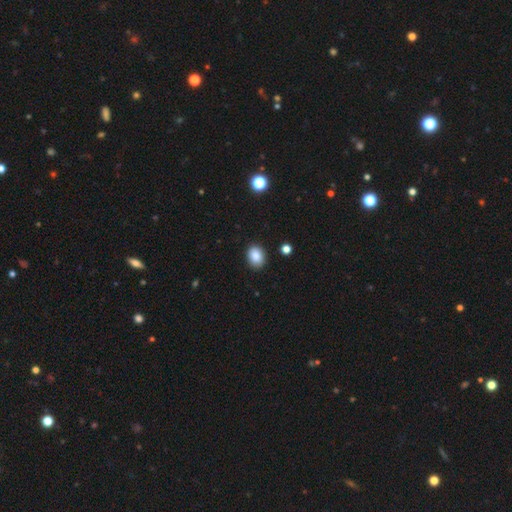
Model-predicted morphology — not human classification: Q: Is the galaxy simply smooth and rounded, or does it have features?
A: smooth — 86%.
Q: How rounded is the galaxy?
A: in between — 55%.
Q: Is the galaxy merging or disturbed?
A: none — 89%.